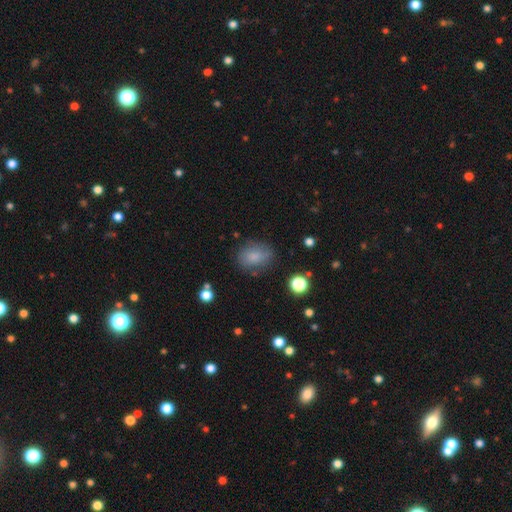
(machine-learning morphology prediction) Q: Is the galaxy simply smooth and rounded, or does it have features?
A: smooth — 78%.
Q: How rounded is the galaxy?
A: in between — 61%.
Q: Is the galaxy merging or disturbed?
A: none — 70%.